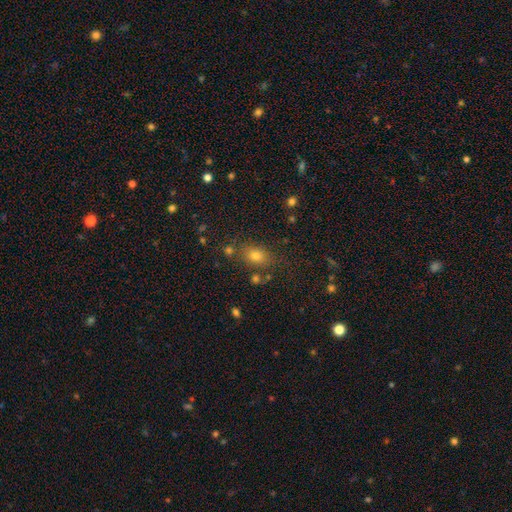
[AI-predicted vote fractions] Smooth or featured?
  - smooth: 70% *
  - star or artifact: 19%
  - featured or disk: 11%
How rounded?
  - in between: 64% *
  - round: 34%
  - cigar-shaped: 3%
Merging?
  - none: 76% *
  - minor disturbance: 13%
  - merger: 6%
  - major disturbance: 5%